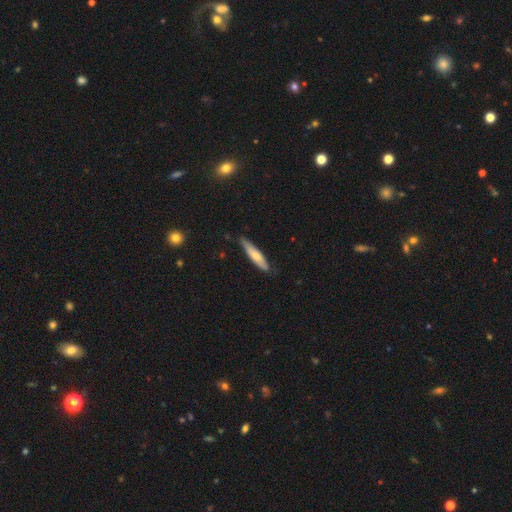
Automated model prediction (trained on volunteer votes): A smooth galaxy with no disk features (67%) that is cigar-shaped (85%). Merging: none (77%).